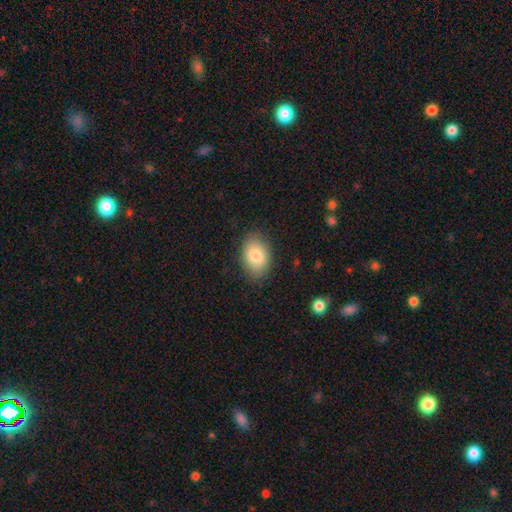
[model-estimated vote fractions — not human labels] This appears to be a smooth galaxy with no disk features (82%) that is in between round and cigar-shaped (83%). Merging: none (84%).